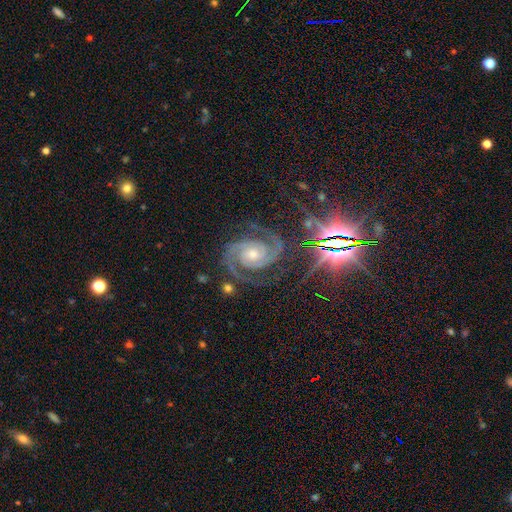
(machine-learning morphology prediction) type=featured or disk (86%); edge-on=no (98%); bar=no (68%); spiral arms=yes (99%); winding=tight (59%); arm count=2 (82%); bulge=moderate (52%); merging=none (77%).